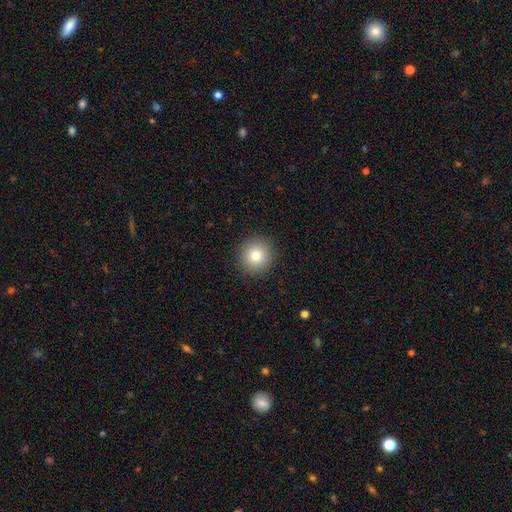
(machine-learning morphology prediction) This is clearly a smooth galaxy (80%). How rounded: clearly round (93%). Merging: clearly none (92%).